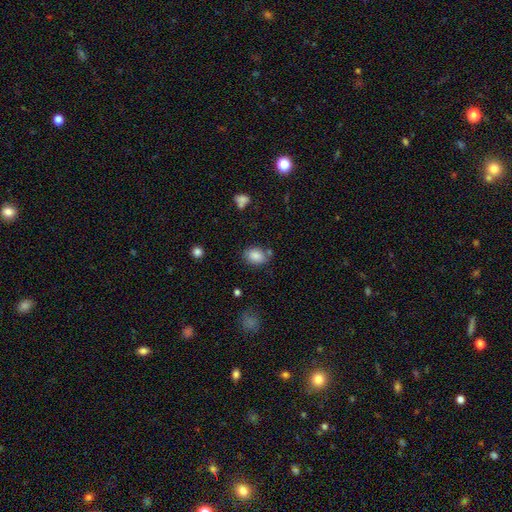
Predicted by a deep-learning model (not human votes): smooth-or-featured: smooth: 85% | star or artifact: 9% | featured or disk: 7%
  how-rounded: in between: 70% | round: 29% | cigar-shaped: 1%
  merging: none: 71% | minor disturbance: 17% | merger: 8% | major disturbance: 4%